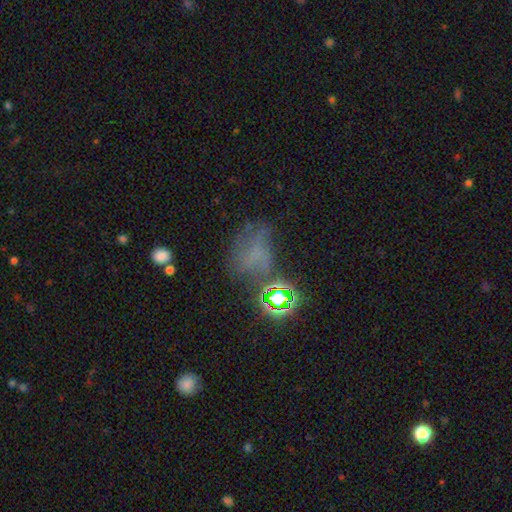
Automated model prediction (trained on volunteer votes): This is marginally a star or artifact rather than a galaxy (38%).